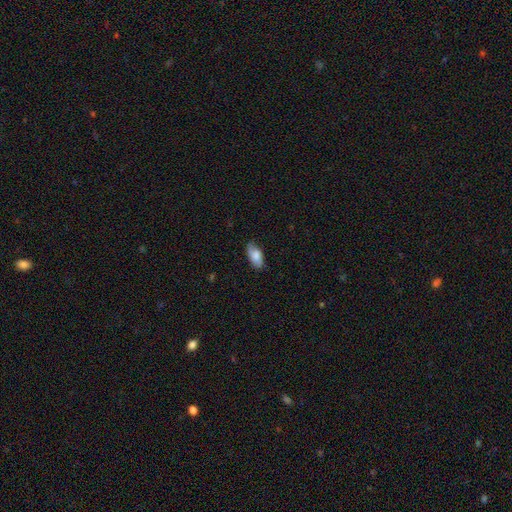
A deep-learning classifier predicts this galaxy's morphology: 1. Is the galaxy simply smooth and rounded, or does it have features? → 77% smooth, 17% featured or disk, 7% star or artifact.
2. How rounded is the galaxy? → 91% in between, 7% cigar-shaped, 3% round.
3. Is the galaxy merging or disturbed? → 72% none, 22% minor disturbance, 4% major disturbance, 1% merger.